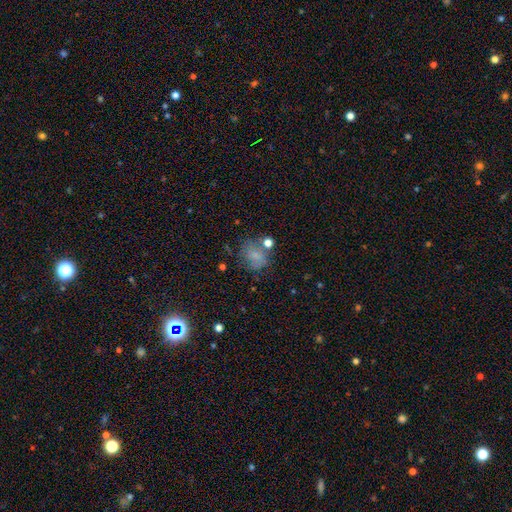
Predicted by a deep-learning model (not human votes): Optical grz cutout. It shows a smooth galaxy with no disk features (67%) that is round (64%). Merging: none (57%).